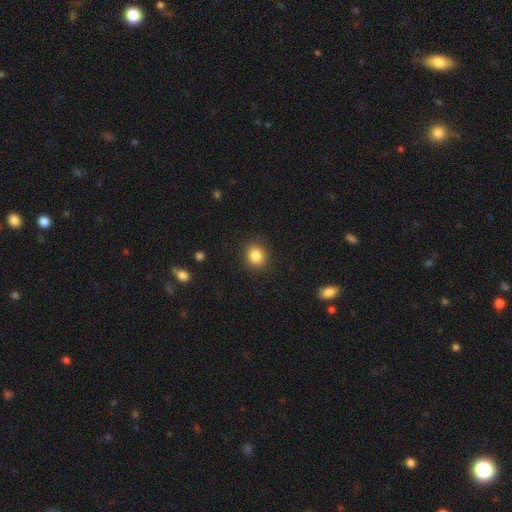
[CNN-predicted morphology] Smooth or featured?
  - smooth: 85% *
  - star or artifact: 10%
  - featured or disk: 5%
How rounded?
  - round: 75% *
  - in between: 24%
  - cigar-shaped: 1%
Merging?
  - none: 89% *
  - minor disturbance: 7%
  - major disturbance: 2%
  - merger: 1%